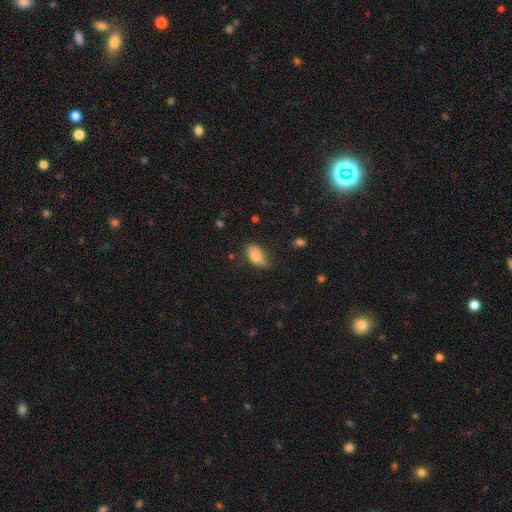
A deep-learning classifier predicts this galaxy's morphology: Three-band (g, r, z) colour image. It shows a smooth galaxy with no disk features (83%) that is in between round and cigar-shaped (90%). Merging: none (54%).